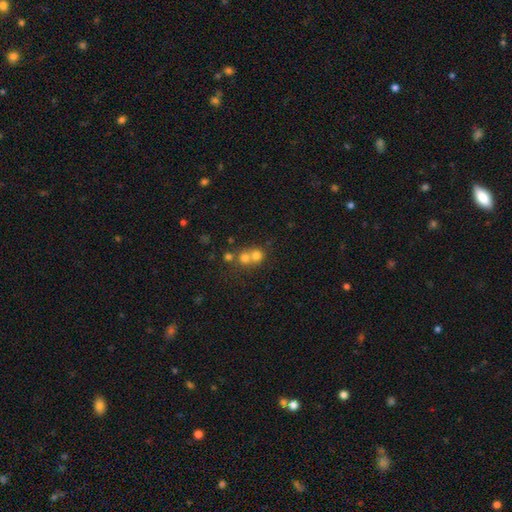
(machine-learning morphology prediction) smooth-or-featured: smooth: 70% | featured or disk: 15% | star or artifact: 14%
  how-rounded: round: 85% | in between: 14% | cigar-shaped: 1%
  merging: merger: 60% | none: 33% | minor disturbance: 4% | major disturbance: 2%